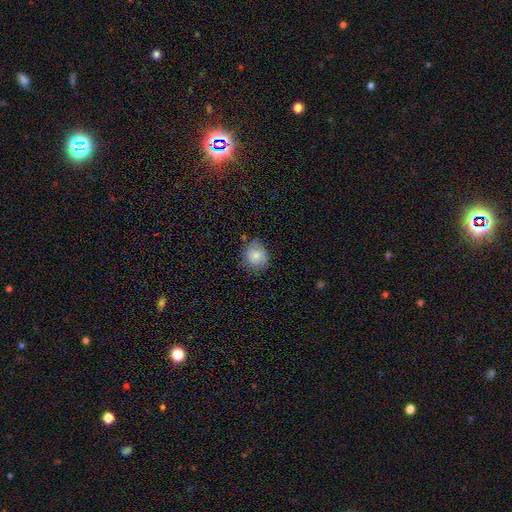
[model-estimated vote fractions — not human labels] Smooth or featured?
  - smooth: 80% *
  - featured or disk: 12%
  - star or artifact: 8%
How rounded?
  - round: 76% *
  - in between: 23%
  - cigar-shaped: 1%
Merging?
  - none: 68% *
  - minor disturbance: 25%
  - major disturbance: 6%
  - merger: 2%